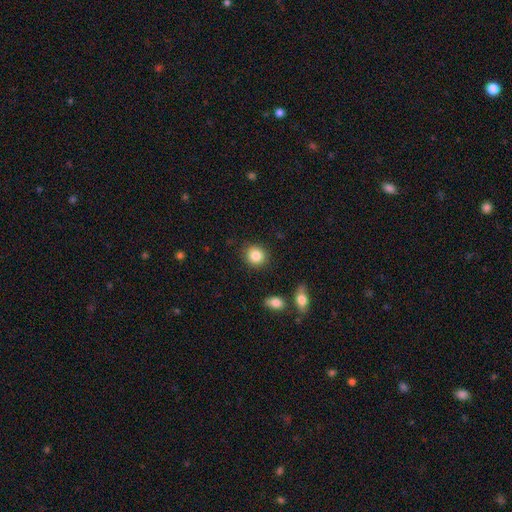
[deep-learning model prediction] Smooth or featured?
  - smooth: 86% *
  - star or artifact: 9%
  - featured or disk: 5%
How rounded?
  - round: 86% *
  - in between: 13%
  - cigar-shaped: 1%
Merging?
  - none: 88% *
  - minor disturbance: 8%
  - major disturbance: 2%
  - merger: 2%